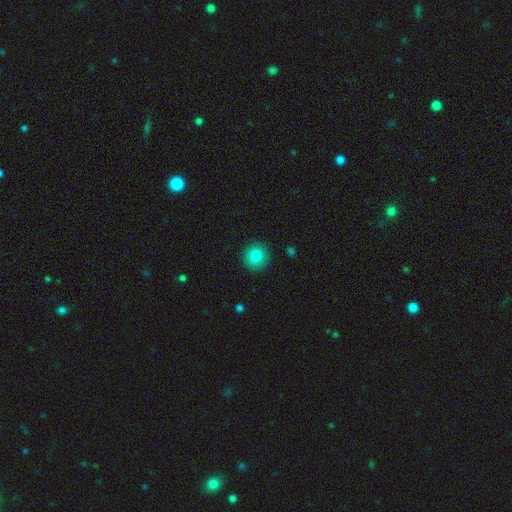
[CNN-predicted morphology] This appears to be a smooth galaxy with no disk features (82%) that is round (94%). Merging: none (91%).